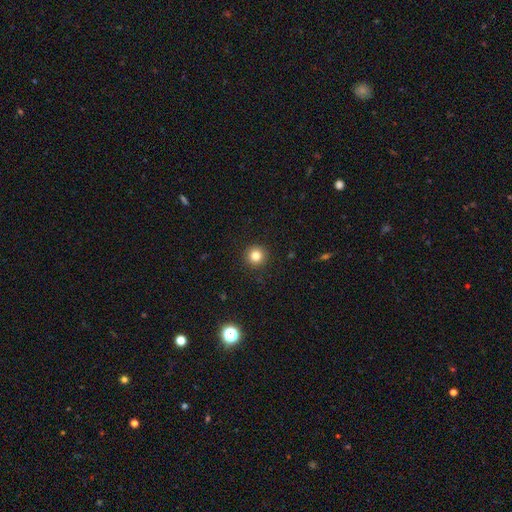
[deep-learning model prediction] This is clearly a smooth galaxy (82%). How rounded: clearly round (96%). Merging: clearly none (92%).